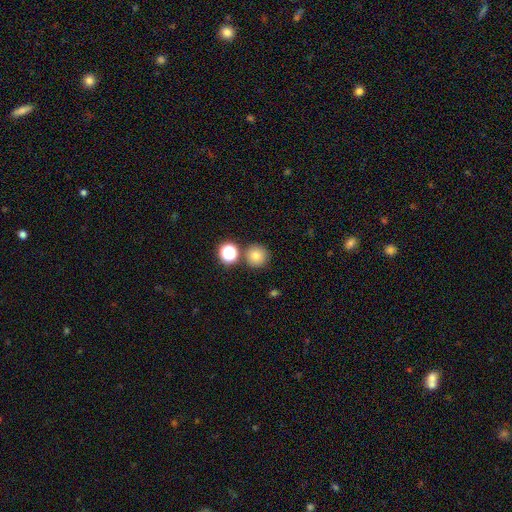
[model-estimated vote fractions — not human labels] This appears to be a smooth galaxy with no disk features (77%) that is round (94%). Merging: none (80%).